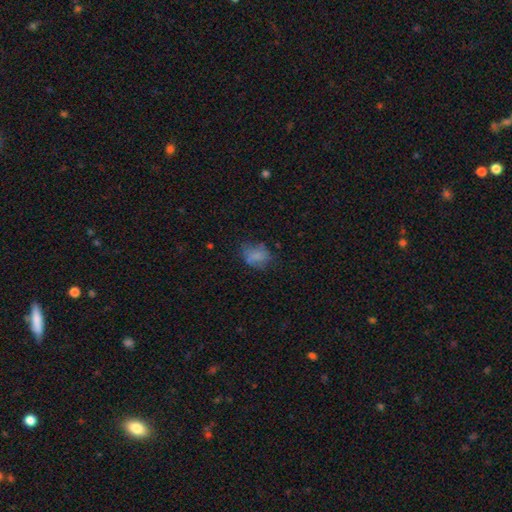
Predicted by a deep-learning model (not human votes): Morphology: type=smooth (65%); roundness=in between (65%); merging=none (54%).